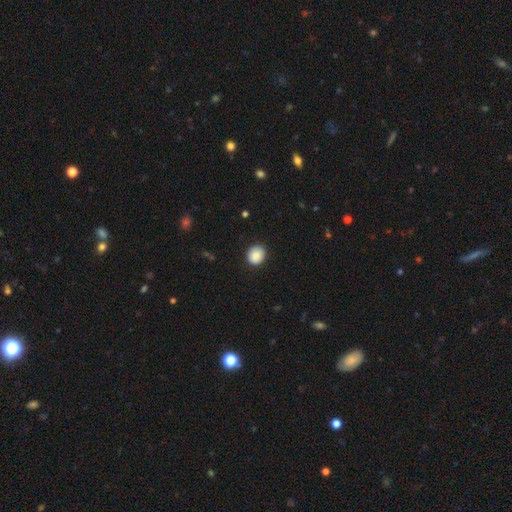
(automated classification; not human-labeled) A smooth galaxy with no disk features (87%) that is round (78%). Merging: none (88%).